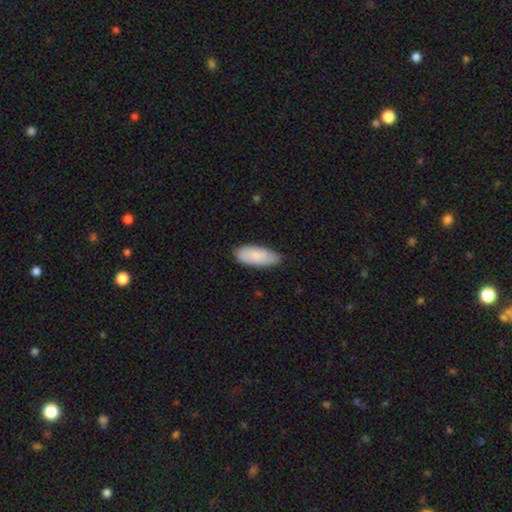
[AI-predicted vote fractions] smooth 83%, featured or disk 12%, star or artifact 6%. Down the decision tree: how rounded — in between (84%); merging — none (77%).